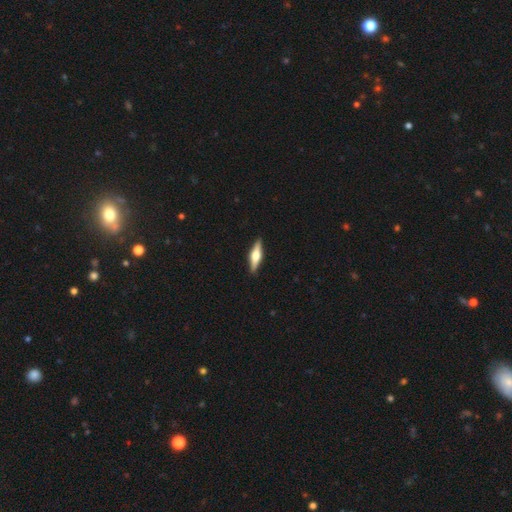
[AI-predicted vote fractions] Smooth or featured?
  - featured or disk: 61% *
  - smooth: 34%
  - star or artifact: 6%
Edge-on disk?
  - yes: 96% *
  - no: 4%
Edge-on bulge?
  - rounded: 92% *
  - boxy: 6%
  - none: 2%
Merging?
  - none: 90% *
  - minor disturbance: 7%
  - major disturbance: 2%
  - merger: 1%